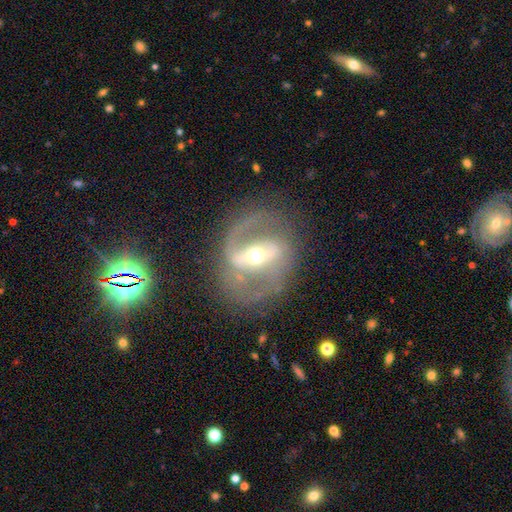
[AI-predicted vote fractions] The model was most divided on "bulge size": moderate: 55%, small: 39%, large: 4%, dominant: 1%, none: 1%. More confident: edge-on disk — no (95%); smooth or featured — featured or disk (87%); spiral arm count — 2 (86%); spiral arms — yes (86%); merging — none (76%); bar — strong (65%); spiral winding — medium (52%).